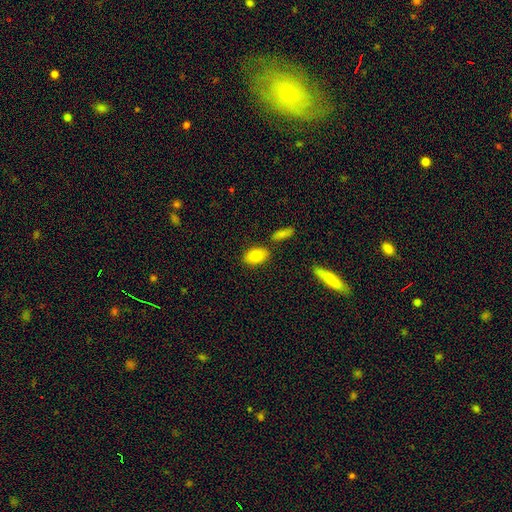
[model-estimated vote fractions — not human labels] Q: Smooth or featured?
A: smooth (82%); runner-up: featured or disk (10%)
Q: How rounded?
A: in between (88%); runner-up: round (9%)
Q: Merging?
A: none (81%); runner-up: minor disturbance (10%)